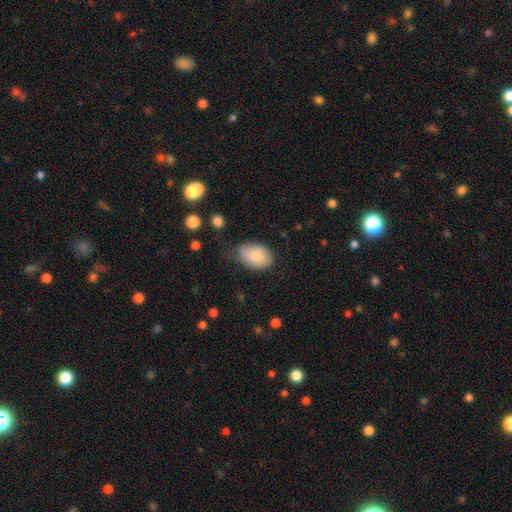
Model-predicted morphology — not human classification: Q: Smooth or featured?
A: smooth (83%); runner-up: featured or disk (11%)
Q: How rounded?
A: in between (88%); runner-up: round (11%)
Q: Merging?
A: none (64%); runner-up: minor disturbance (28%)